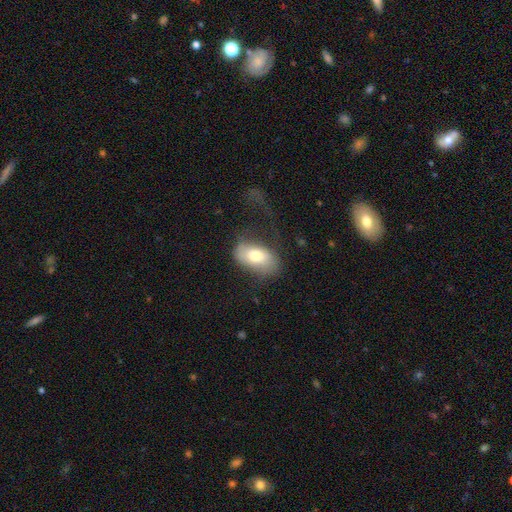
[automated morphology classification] Overall: smooth (69%). How rounded: in between (91%). Merging: none (47%; major disturbance 27%).